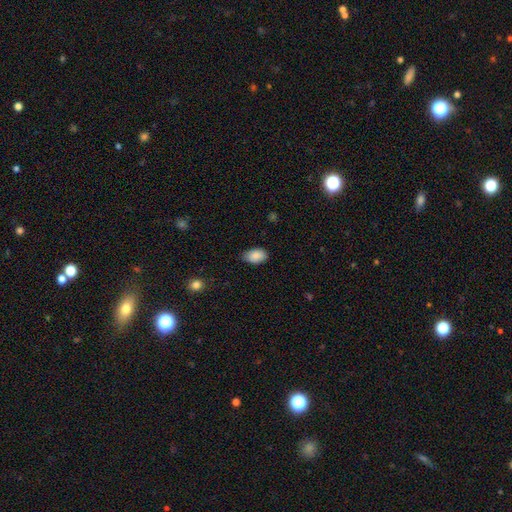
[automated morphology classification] This is clearly a smooth galaxy (88%). How rounded: clearly in between (91%). Merging: likely none (78%).